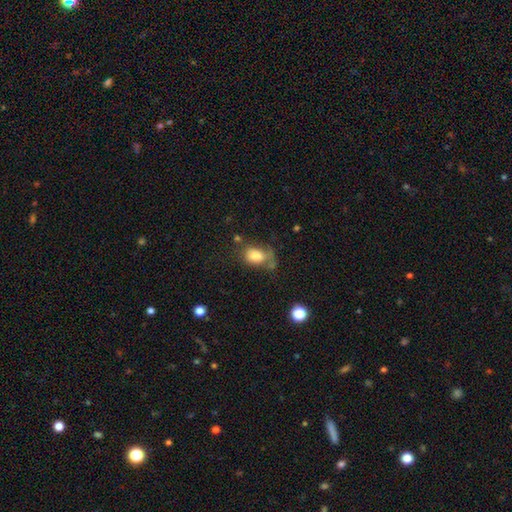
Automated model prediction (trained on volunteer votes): Overall: smooth (80%). How rounded: in between (81%). Merging: none (41%; minor disturbance 28%).